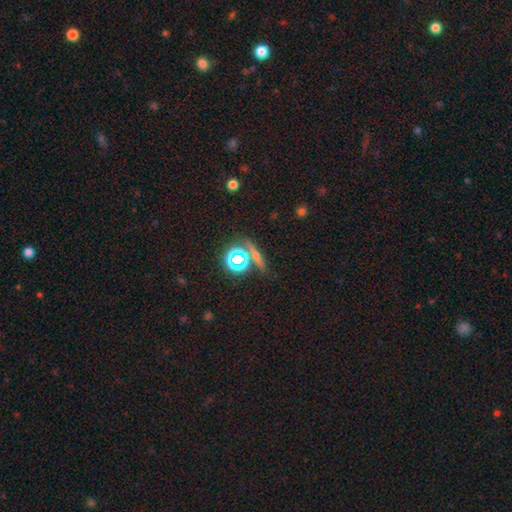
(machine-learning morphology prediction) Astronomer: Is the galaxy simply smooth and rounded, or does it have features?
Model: smooth — 41% (runner-up: star or artifact, 37%).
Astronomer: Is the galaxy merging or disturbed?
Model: none — 78%.